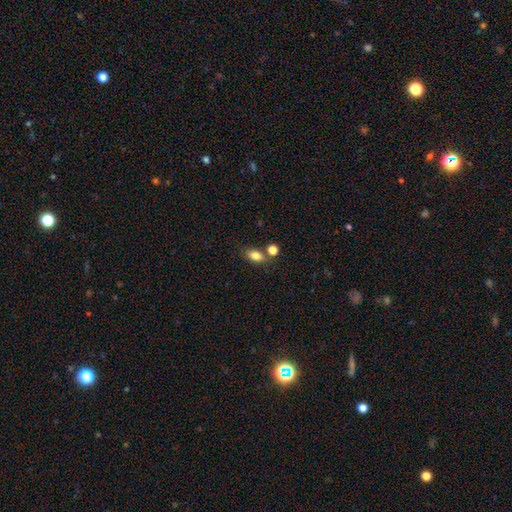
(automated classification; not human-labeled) This appears to be a smooth galaxy with no disk features (82%) that is in between round and cigar-shaped (82%). Merging: none (69%).